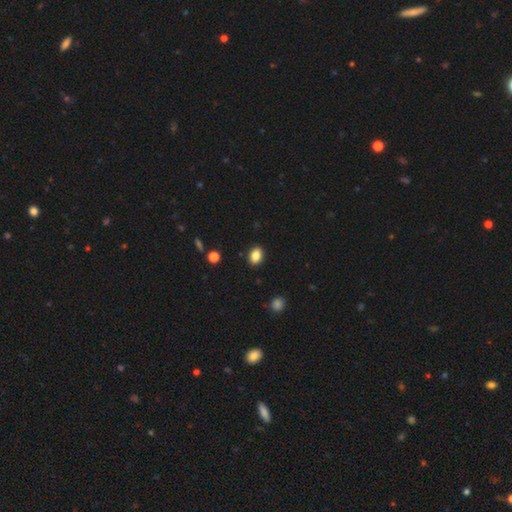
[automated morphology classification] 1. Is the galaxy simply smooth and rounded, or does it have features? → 85% smooth, 9% star or artifact, 5% featured or disk.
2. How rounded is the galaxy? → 75% in between, 24% round, 1% cigar-shaped.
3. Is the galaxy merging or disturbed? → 89% none, 7% minor disturbance, 2% major disturbance, 1% merger.